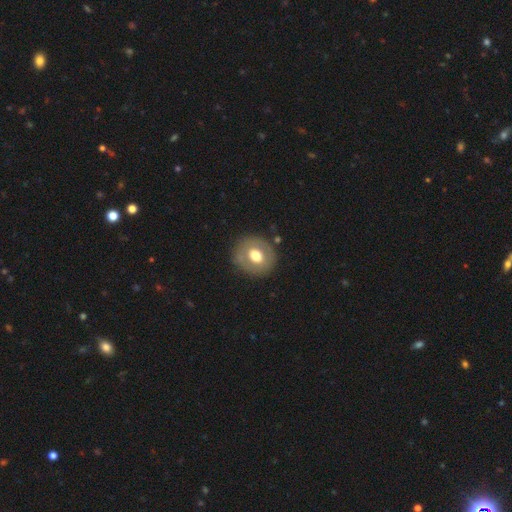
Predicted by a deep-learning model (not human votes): Overall: smooth (59%; featured or disk 33%). How rounded: round (74%). Merging: none (83%).